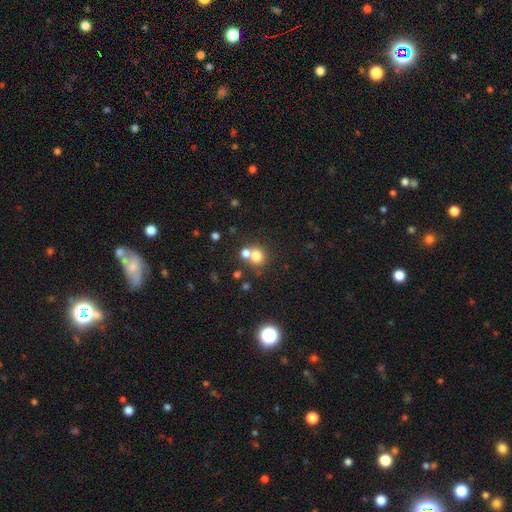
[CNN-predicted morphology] Smooth or featured? smooth (74%)
How rounded? round (84%)
Merging? none (50%)